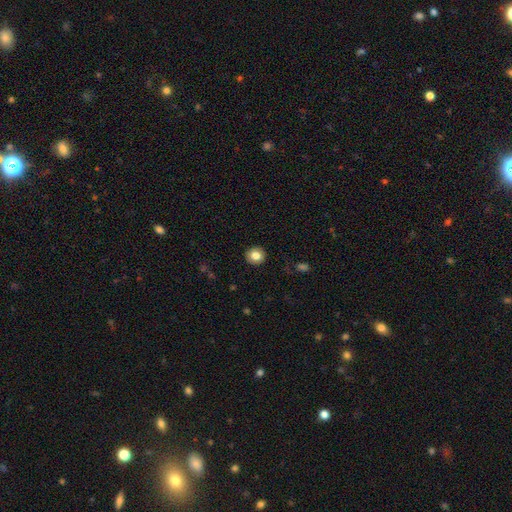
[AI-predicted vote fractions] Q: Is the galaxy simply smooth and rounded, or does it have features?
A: smooth — 81%.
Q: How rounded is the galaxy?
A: round — 88%.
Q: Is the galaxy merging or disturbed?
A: none — 91%.